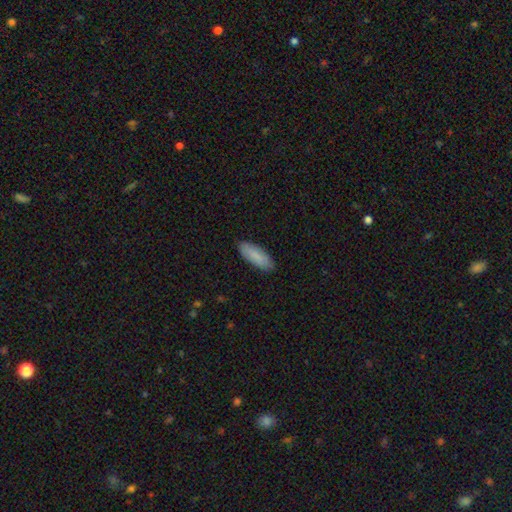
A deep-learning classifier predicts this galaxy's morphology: smooth-or-featured: smooth: 87% | featured or disk: 7% | star or artifact: 5%
  how-rounded: in between: 69% | cigar-shaped: 30% | round: 1%
  merging: none: 88% | minor disturbance: 9% | major disturbance: 2% | merger: 1%